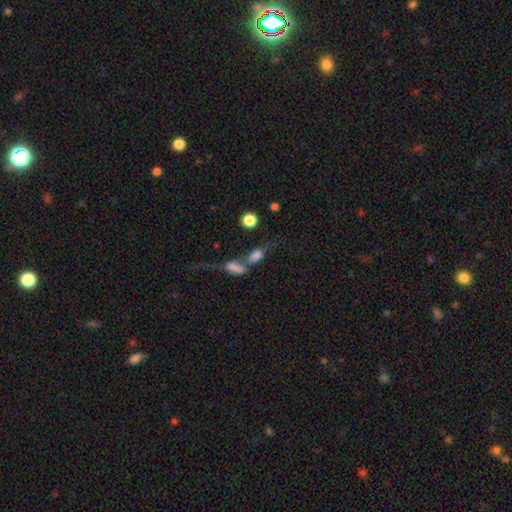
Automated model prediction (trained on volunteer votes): The model was most divided on "smooth or featured": smooth: 64%, featured or disk: 23%, star or artifact: 13%. More confident: how rounded — in between (68%); merging — merger (64%).